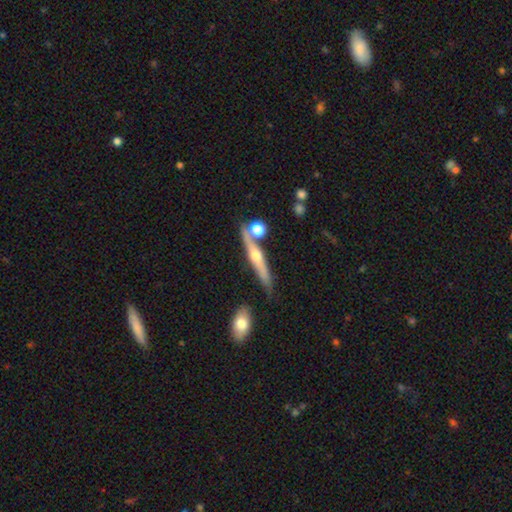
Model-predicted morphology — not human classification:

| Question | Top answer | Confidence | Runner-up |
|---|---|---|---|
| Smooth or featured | featured or disk | 68% | smooth (25%) |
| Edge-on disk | yes | 95% | no (5%) |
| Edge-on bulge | rounded | 92% | none (5%) |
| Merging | none | 73% | minor disturbance (12%) |